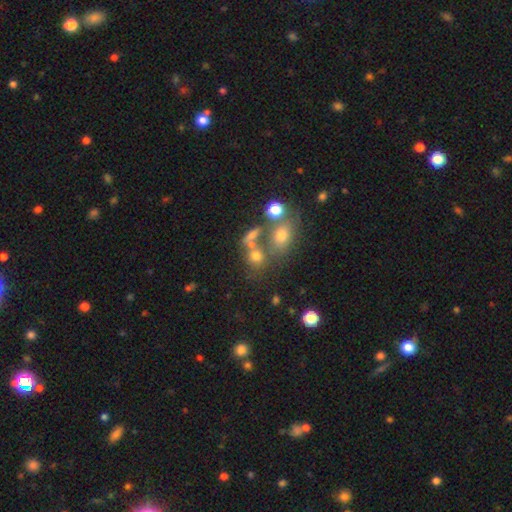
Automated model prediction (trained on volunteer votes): Overall: smooth (67%). How rounded: round (66%; in between 31%). Merging: none (46%; merger 34%).